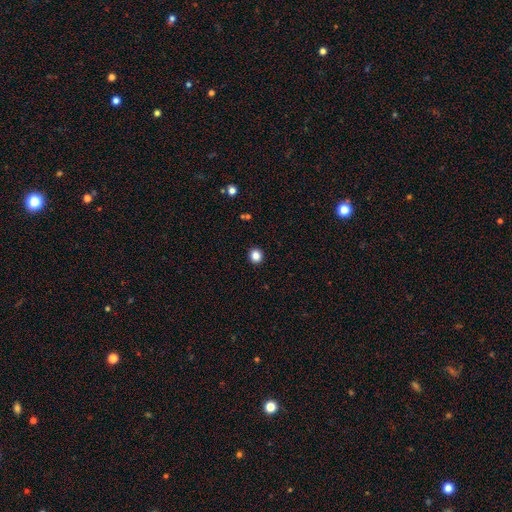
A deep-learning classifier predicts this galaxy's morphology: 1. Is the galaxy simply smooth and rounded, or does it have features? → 85% smooth, 11% star or artifact, 4% featured or disk.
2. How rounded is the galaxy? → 91% round, 8% in between, 1% cigar-shaped.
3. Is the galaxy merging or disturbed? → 93% none, 4% minor disturbance, 2% major disturbance, 1% merger.